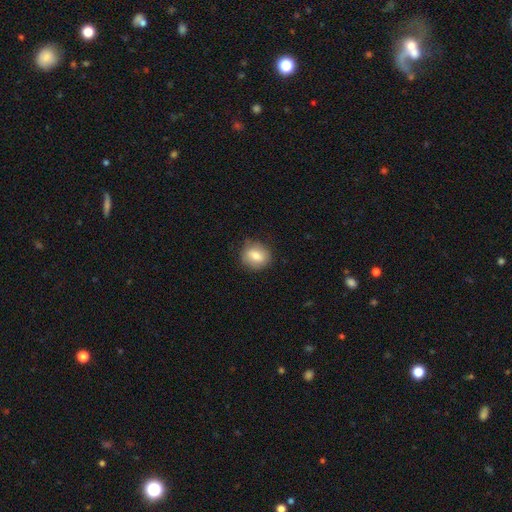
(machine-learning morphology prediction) Smooth or featured: smooth — 76% (featured or disk — 16%)
How rounded: round — 73% (in between — 26%)
Merging: none — 83% (minor disturbance — 13%)